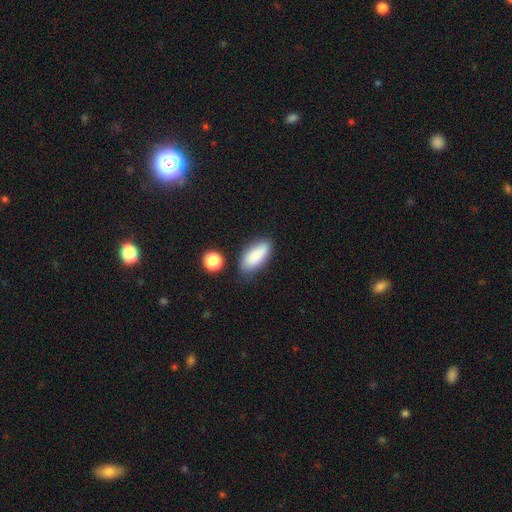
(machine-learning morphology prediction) Smooth or featured? Predicted: smooth (p=0.85). How rounded? Predicted: in between (p=0.81). Merging? Predicted: none (p=0.71).